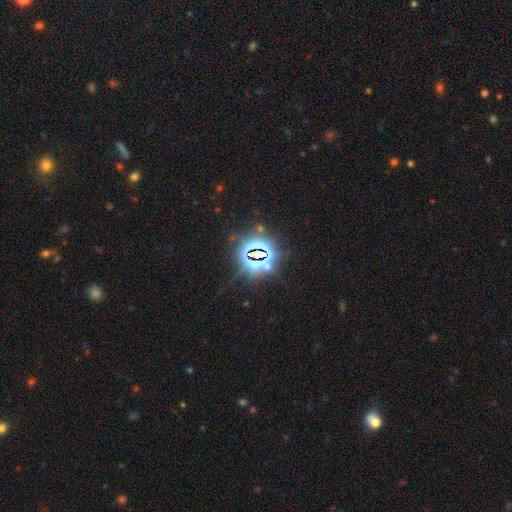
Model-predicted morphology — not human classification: smooth-or-featured: star or artifact: 81% | smooth: 11% | featured or disk: 8%